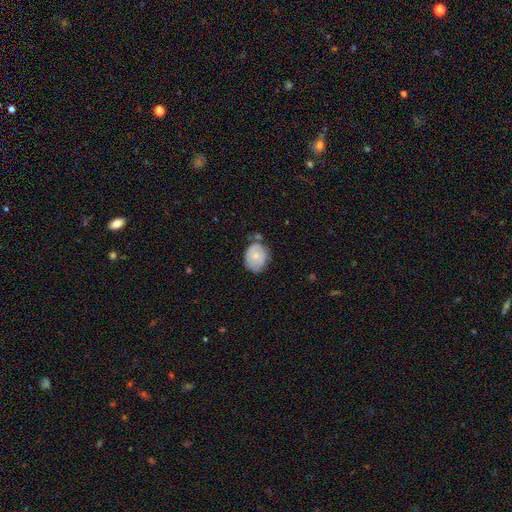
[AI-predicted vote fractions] Smooth or featured? Predicted: smooth (p=0.73). How rounded? Predicted: in between (p=0.52). Merging? Predicted: none (p=0.58).